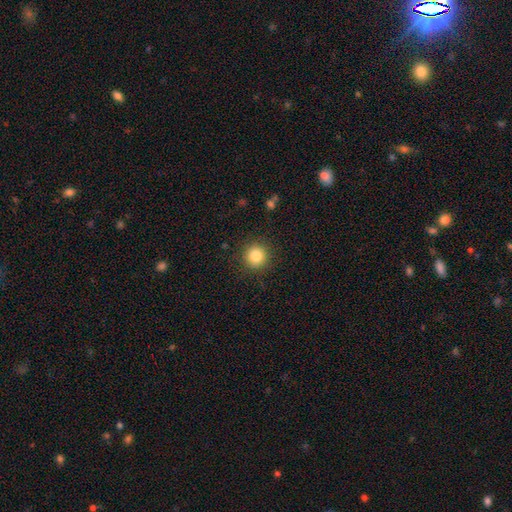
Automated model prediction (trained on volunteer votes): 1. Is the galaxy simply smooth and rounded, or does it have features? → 84% smooth, 10% star or artifact, 6% featured or disk.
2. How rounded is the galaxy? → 94% round, 5% in between, 1% cigar-shaped.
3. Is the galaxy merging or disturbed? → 91% none, 6% minor disturbance, 2% major disturbance, 1% merger.